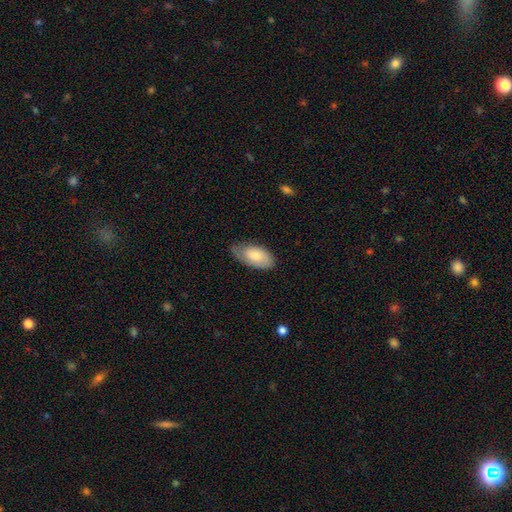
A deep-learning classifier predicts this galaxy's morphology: Smooth or featured?
  - smooth: 74% *
  - featured or disk: 21%
  - star or artifact: 6%
How rounded?
  - in between: 94% *
  - cigar-shaped: 3%
  - round: 3%
Merging?
  - none: 60% *
  - minor disturbance: 32%
  - major disturbance: 7%
  - merger: 1%